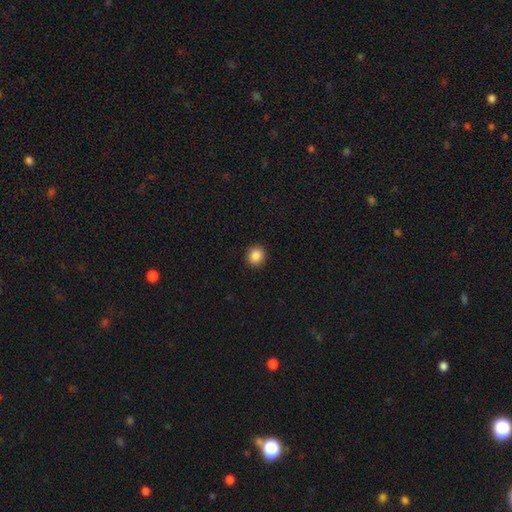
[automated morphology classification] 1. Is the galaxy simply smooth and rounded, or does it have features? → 87% smooth, 10% star or artifact, 4% featured or disk.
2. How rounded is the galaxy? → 87% round, 12% in between, 1% cigar-shaped.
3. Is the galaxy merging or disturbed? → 92% none, 5% minor disturbance, 2% major disturbance, 1% merger.